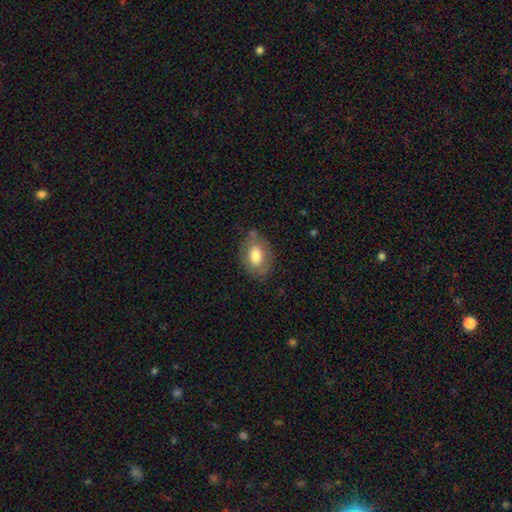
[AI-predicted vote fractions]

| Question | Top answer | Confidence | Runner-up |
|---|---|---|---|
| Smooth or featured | smooth | 74% | featured or disk (18%) |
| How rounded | in between | 80% | round (19%) |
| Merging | none | 72% | minor disturbance (20%) |